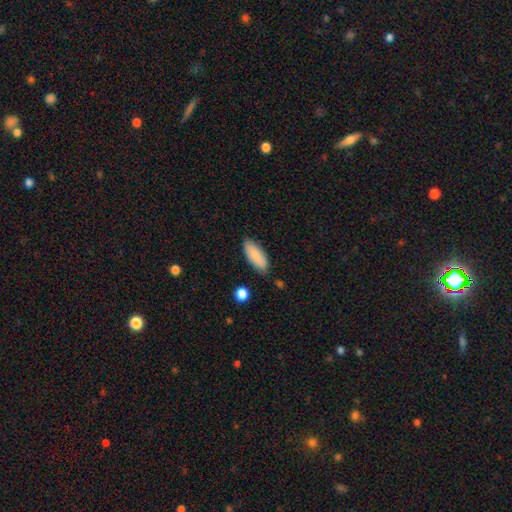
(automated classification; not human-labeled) This appears to be a smooth galaxy with no disk features (85%) that is in between round and cigar-shaped (79%). Merging: none (81%).